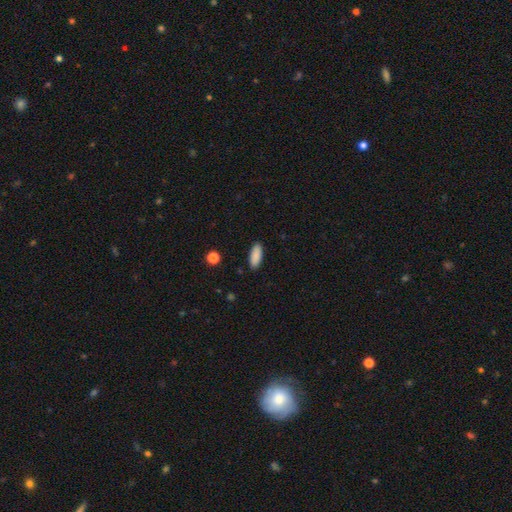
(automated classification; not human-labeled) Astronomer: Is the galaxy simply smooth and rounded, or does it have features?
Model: smooth — 89%.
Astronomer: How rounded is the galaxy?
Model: in between — 73%.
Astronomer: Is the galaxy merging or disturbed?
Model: none — 89%.